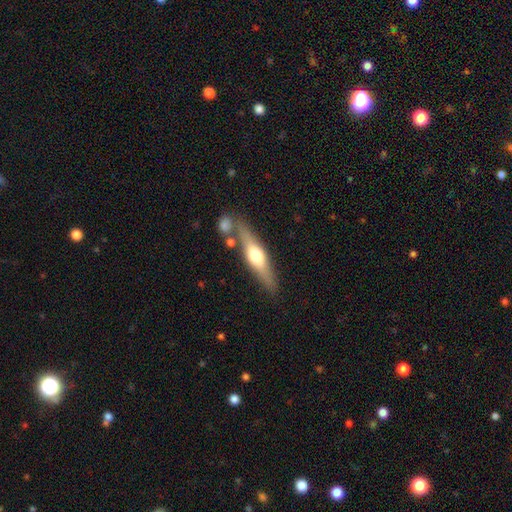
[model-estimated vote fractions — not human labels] Smooth or featured: featured or disk — 57% (smooth — 38%)
Edge-on disk: yes — 92% (no — 8%)
Edge-on bulge: rounded — 92% (boxy — 4%)
Merging: none — 74% (minor disturbance — 12%)